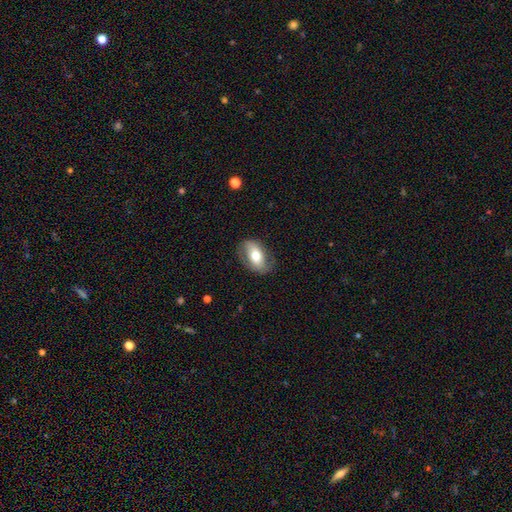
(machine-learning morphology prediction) This is possibly a smooth galaxy (53%). How rounded: clearly in between (89%). Merging: likely none (76%).